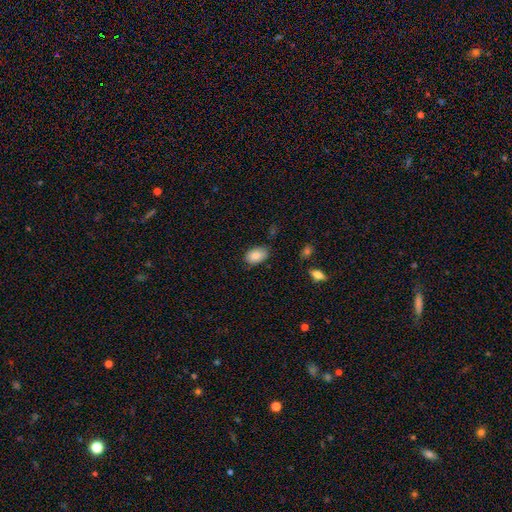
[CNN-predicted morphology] smooth 87%, star or artifact 7%, featured or disk 6%. Down the decision tree: how rounded — in between (90%); merging — none (80%).